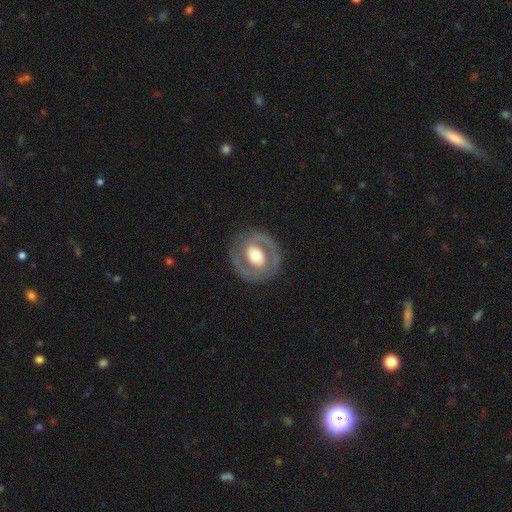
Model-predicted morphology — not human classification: The model was most divided on "spiral arms": yes: 53%, no: 47%. Remaining: edge-on disk — no (95%); merging — none (83%); smooth or featured — featured or disk (70%); bulge size — moderate (61%); bar — no (40%).